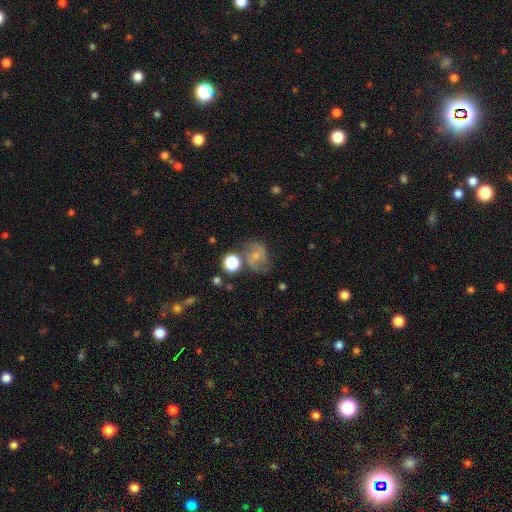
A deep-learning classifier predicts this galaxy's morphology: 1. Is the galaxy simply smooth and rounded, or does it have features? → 50% featured or disk, 38% smooth, 13% star or artifact.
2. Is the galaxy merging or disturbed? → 56% none, 22% minor disturbance, 12% major disturbance, 10% merger.